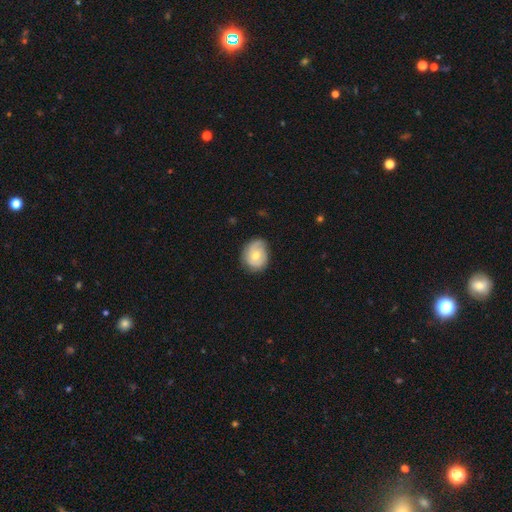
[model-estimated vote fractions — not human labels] This is possibly a featured or disk galaxy (49%). Merging: likely none (70%).